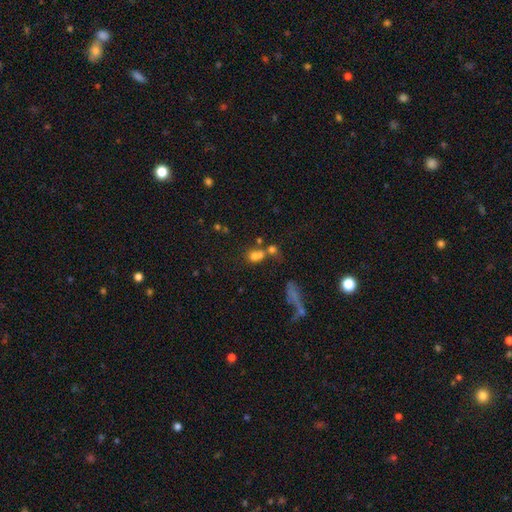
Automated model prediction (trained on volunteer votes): Morphology: type=smooth (66%); roundness=round (64%); merging=merger (51%).